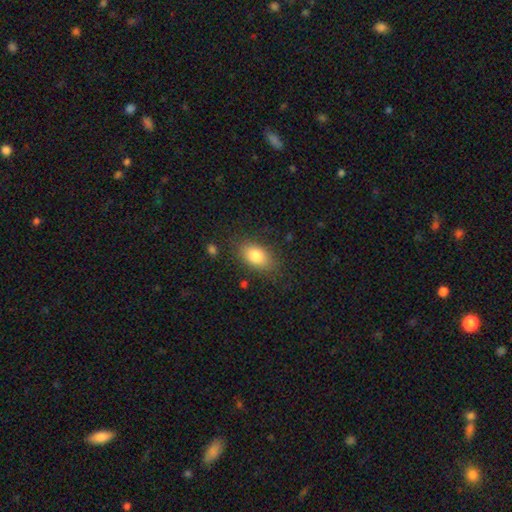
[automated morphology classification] This appears to be a smooth galaxy with no disk features (82%) that is in between round and cigar-shaped (86%). Merging: none (80%).